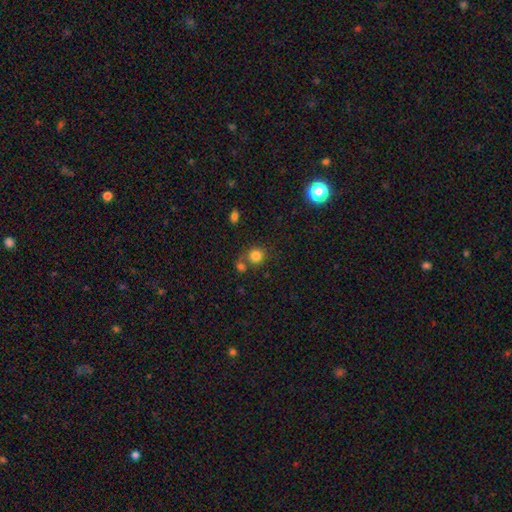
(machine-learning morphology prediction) Smooth or featured? smooth (81%)
How rounded? round (86%)
Merging? none (59%)